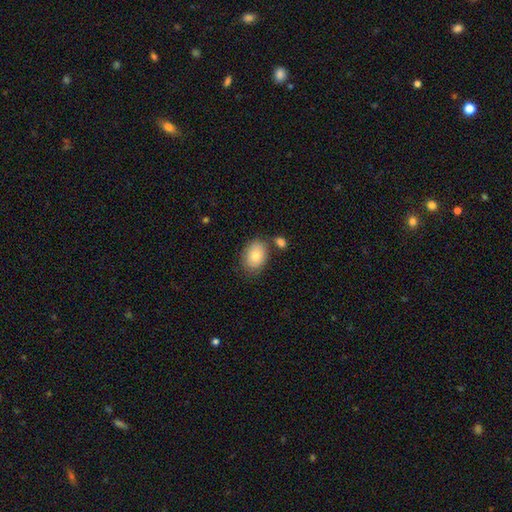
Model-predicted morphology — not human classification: Smooth or featured? Predicted: smooth (p=0.79). How rounded? Predicted: in between (p=0.70). Merging? Predicted: none (p=0.69).